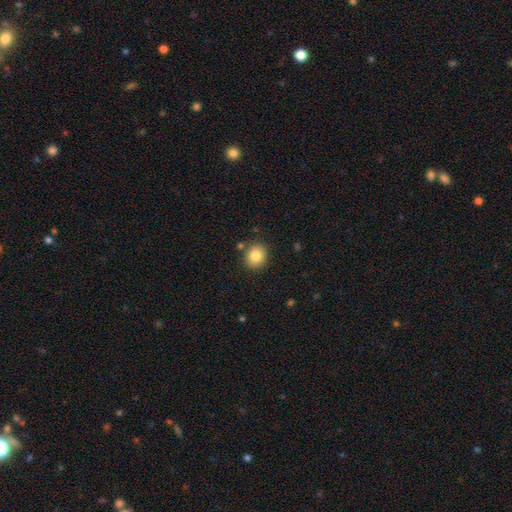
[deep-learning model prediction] Smooth or featured: smooth — 84% (star or artifact — 9%)
How rounded: round — 77% (in between — 22%)
Merging: none — 84% (minor disturbance — 9%)